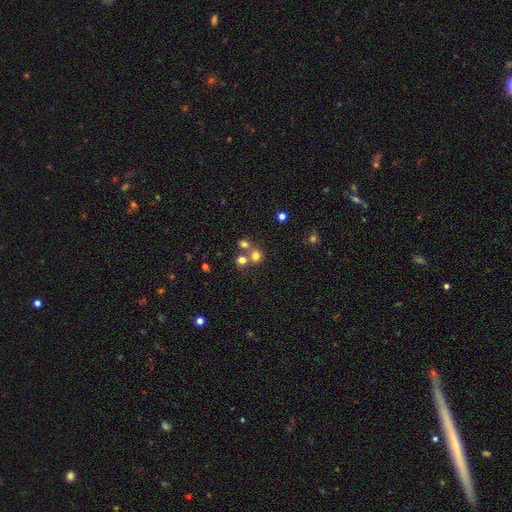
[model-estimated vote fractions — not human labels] Smooth or featured?
  - smooth: 71% *
  - star or artifact: 18%
  - featured or disk: 11%
How rounded?
  - round: 82% *
  - in between: 17%
  - cigar-shaped: 1%
Merging?
  - none: 48% *
  - merger: 41%
  - minor disturbance: 7%
  - major disturbance: 4%